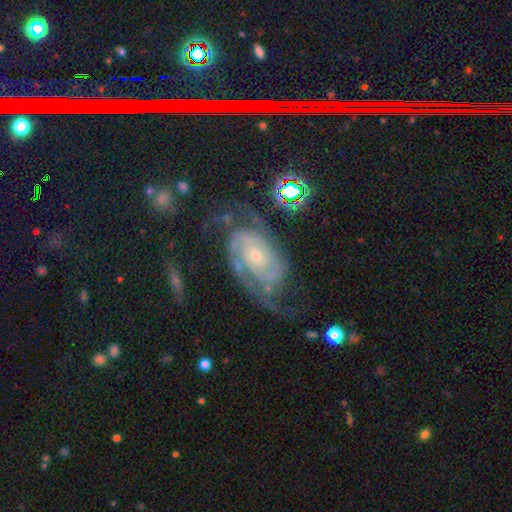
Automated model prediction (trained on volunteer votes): This is clearly a featured or disk galaxy (89%). It is clearly not viewed edge-on (97%). Bar: likely no (70%). Spiral arm pattern: clearly yes (98%). Spiral arm count: likely 2 (69%). Spiral winding: possibly tight (60%). Central bulge: likely small (67%). Merging: likely none (62%).